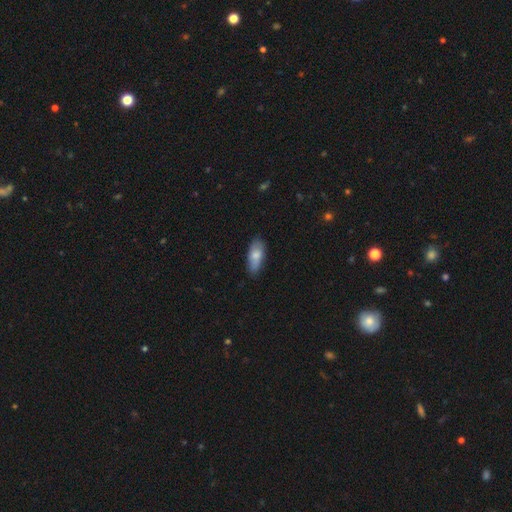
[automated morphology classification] Smooth or featured: smooth — 77% (featured or disk — 17%)
How rounded: in between — 82% (cigar-shaped — 16%)
Merging: none — 75% (minor disturbance — 20%)